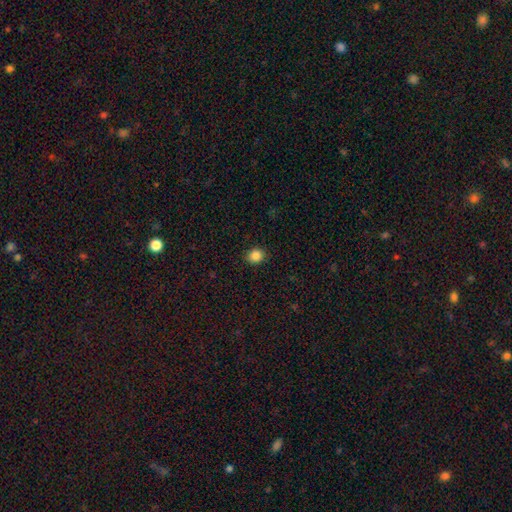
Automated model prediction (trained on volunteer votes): This is clearly a smooth galaxy (86%). How rounded: likely round (75%). Merging: clearly none (91%).